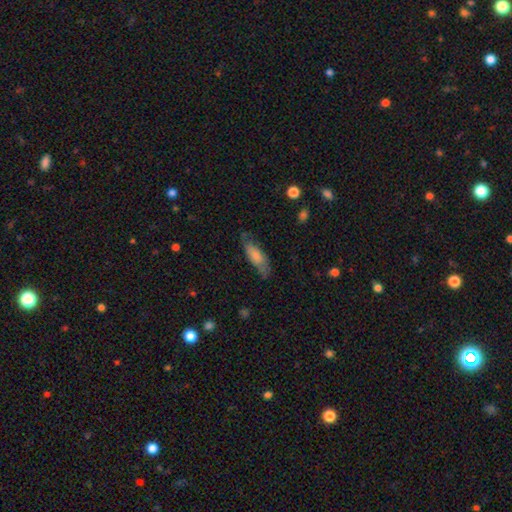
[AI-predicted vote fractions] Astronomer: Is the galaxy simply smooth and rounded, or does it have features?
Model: smooth — 73%.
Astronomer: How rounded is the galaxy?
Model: in between — 64%.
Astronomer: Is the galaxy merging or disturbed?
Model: none — 62%.